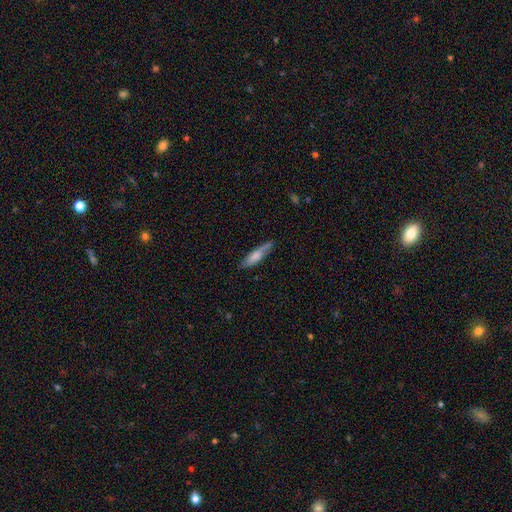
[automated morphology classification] The model was most divided on "smooth or featured": smooth: 68%, featured or disk: 26%, star or artifact: 6%. More confident: how rounded — cigar-shaped (79%); merging — none (75%).